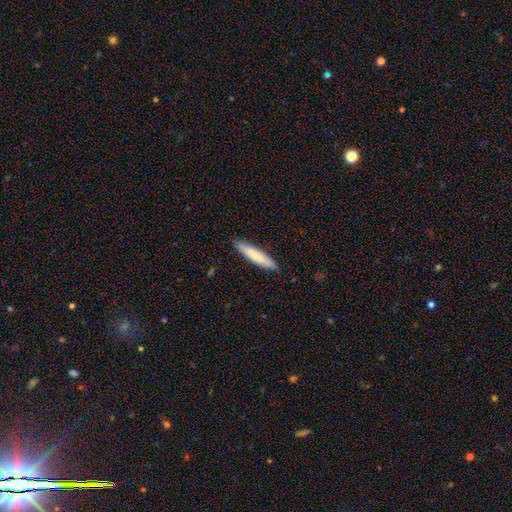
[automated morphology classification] Smooth or featured? Predicted: smooth (p=0.75). How rounded? Predicted: cigar-shaped (p=0.88). Merging? Predicted: none (p=0.89).